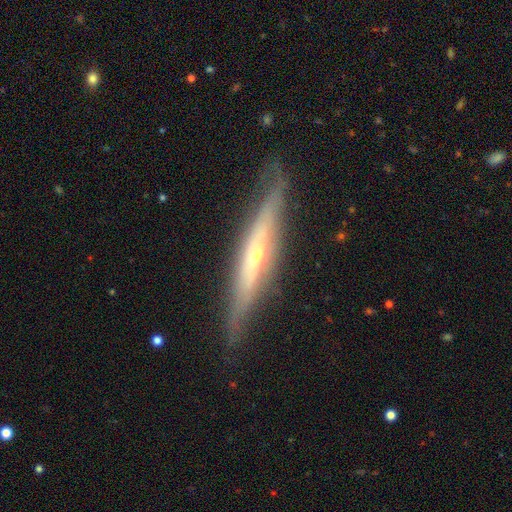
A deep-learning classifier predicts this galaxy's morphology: type=featured or disk (75%); edge-on=yes (93%); edge-on bulge=rounded (64%); merging=none (83%).